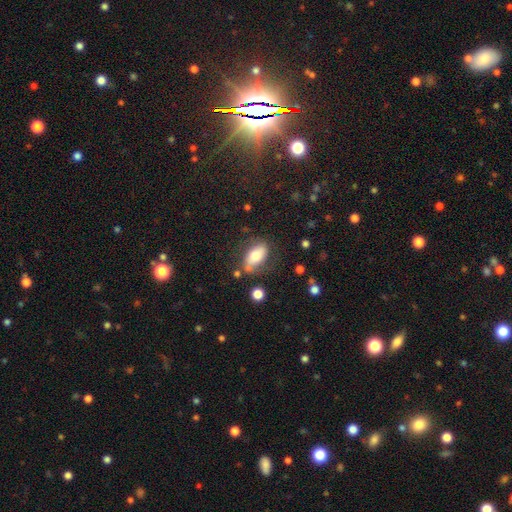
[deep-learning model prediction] Q: Smooth or featured?
A: smooth (63%); runner-up: featured or disk (29%)
Q: How rounded?
A: in between (88%); runner-up: cigar-shaped (6%)
Q: Merging?
A: none (62%); runner-up: minor disturbance (22%)